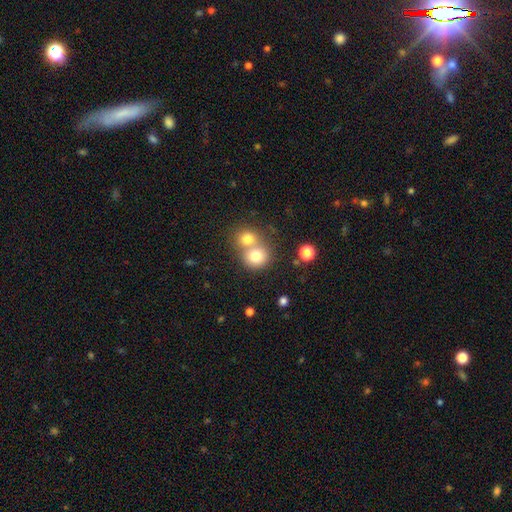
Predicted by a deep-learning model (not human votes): Smooth or featured? smooth (76%)
How rounded? round (84%)
Merging? merger (54%)